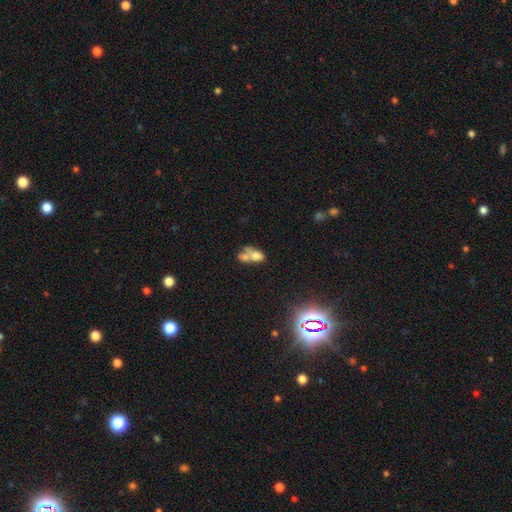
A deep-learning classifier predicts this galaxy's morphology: This appears to be a smooth galaxy with no disk features (60%) that is in between round and cigar-shaped (77%). Merging: merger (67%).